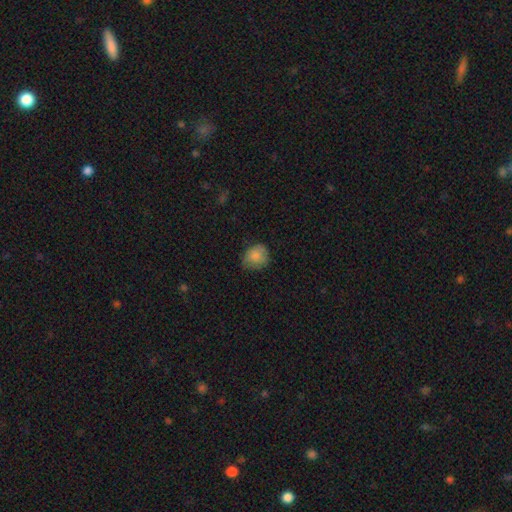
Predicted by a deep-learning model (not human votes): Smooth or featured: smooth — 83% (featured or disk — 10%)
How rounded: round — 67% (in between — 32%)
Merging: none — 62% (minor disturbance — 30%)